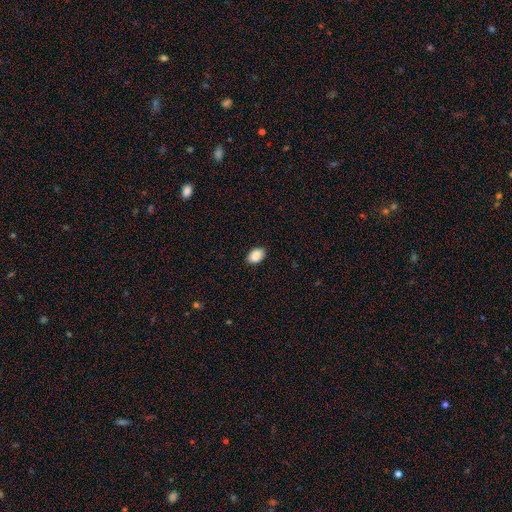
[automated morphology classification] Smooth or featured? smooth (90%)
How rounded? in between (87%)
Merging? none (87%)